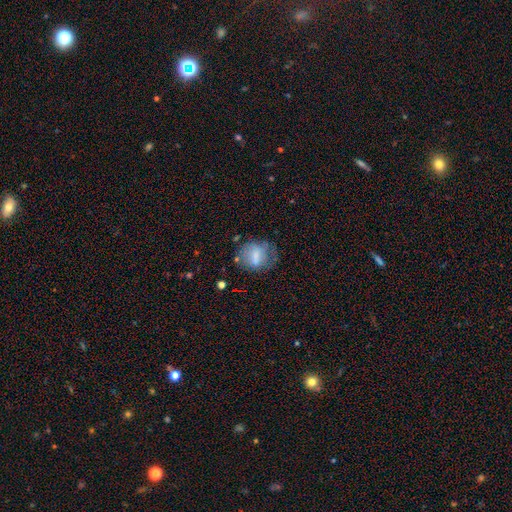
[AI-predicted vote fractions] A smooth galaxy with no disk features (58%) that is round (59%).

Vote fractions:
- Smooth or featured? smooth: 58% / featured or disk: 31% / star or artifact: 10%
- How rounded? round: 59% / in between: 39% / cigar-shaped: 3%
- Merging? none: 49% / minor disturbance: 26% / major disturbance: 20% / merger: 5%